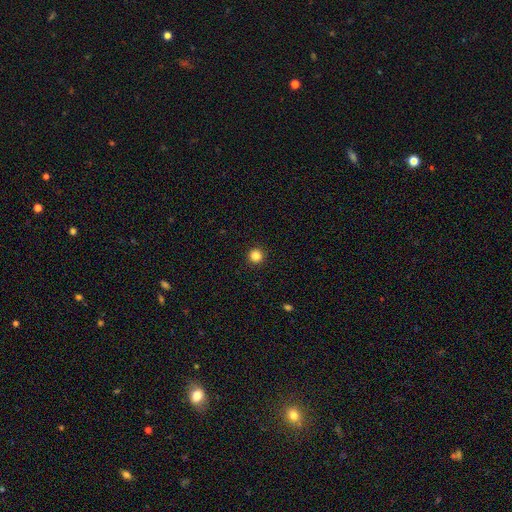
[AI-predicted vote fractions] A smooth galaxy with no disk features (86%) that is round (96%).

Vote fractions:
- Smooth or featured? smooth: 86% / star or artifact: 11% / featured or disk: 3%
- How rounded? round: 96% / in between: 3% / cigar-shaped: 1%
- Merging? none: 94% / minor disturbance: 4% / major disturbance: 2% / merger: 1%